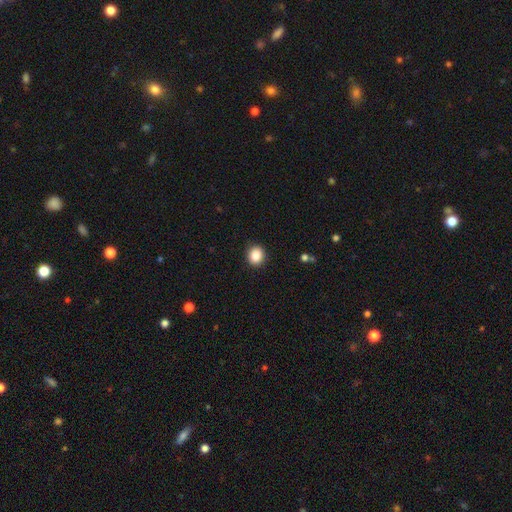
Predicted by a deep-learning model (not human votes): Smooth or featured?
  - smooth: 87% *
  - star or artifact: 9%
  - featured or disk: 4%
How rounded?
  - round: 77% *
  - in between: 22%
  - cigar-shaped: 1%
Merging?
  - none: 90% *
  - minor disturbance: 7%
  - major disturbance: 2%
  - merger: 1%